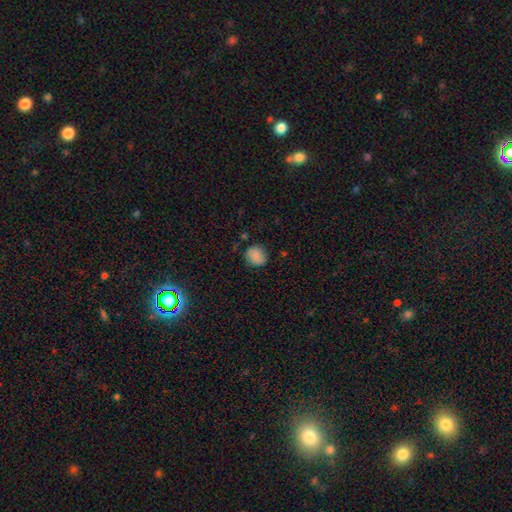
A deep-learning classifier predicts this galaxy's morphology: The model was most divided on "how rounded": round: 75%, in between: 25%, cigar-shaped: 1%. More confident: smooth or featured — smooth (83%); merging — none (78%).